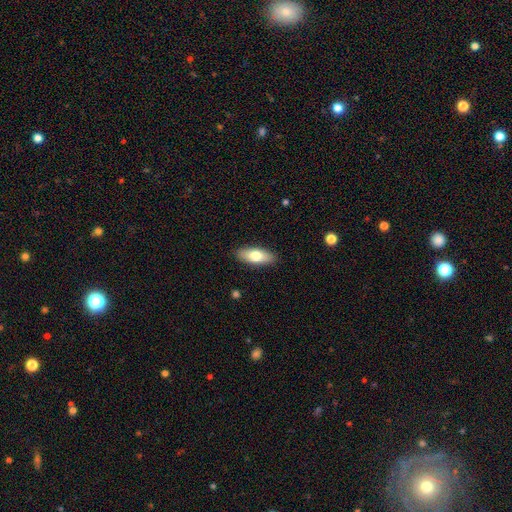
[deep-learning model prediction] This appears to be a smooth galaxy with no disk features (73%) that is in between round and cigar-shaped (76%). Merging: none (89%).